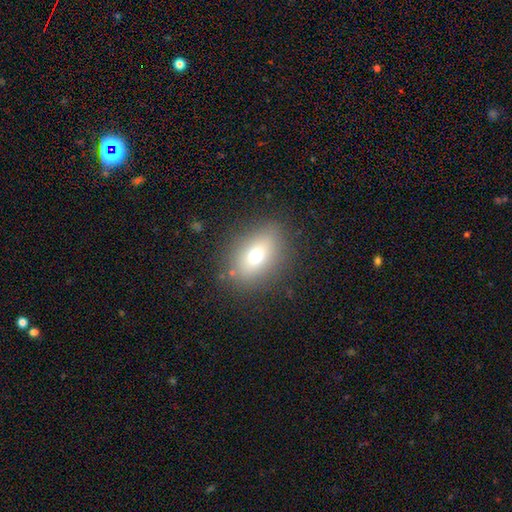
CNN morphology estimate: Overall: smooth (67%). How rounded: in between (64%; round 33%). Merging: none (84%).